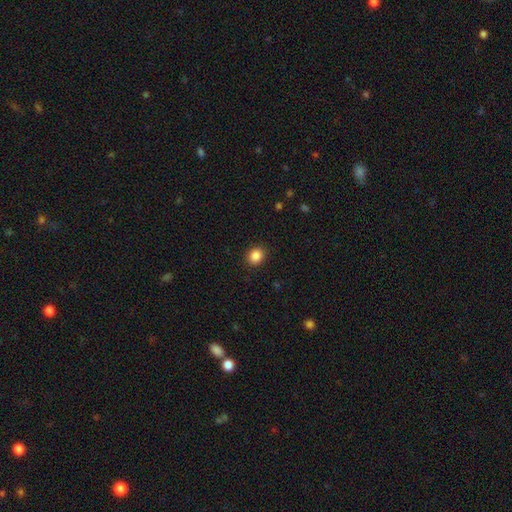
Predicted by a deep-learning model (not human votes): Smooth or featured? smooth (87%)
How rounded? round (68%)
Merging? none (90%)